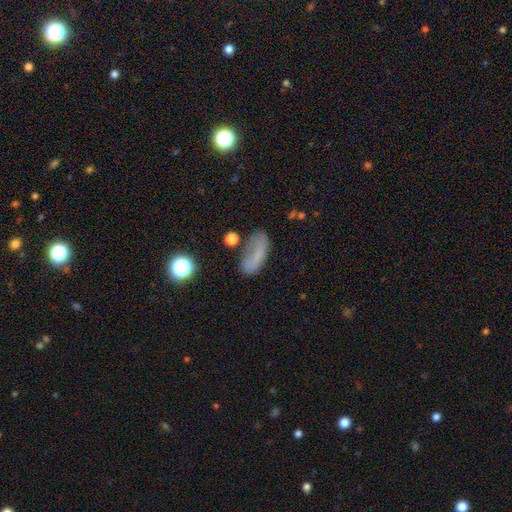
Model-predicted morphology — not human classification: Smooth or featured? smooth (61%)
How rounded? in between (78%)
Merging? none (47%)